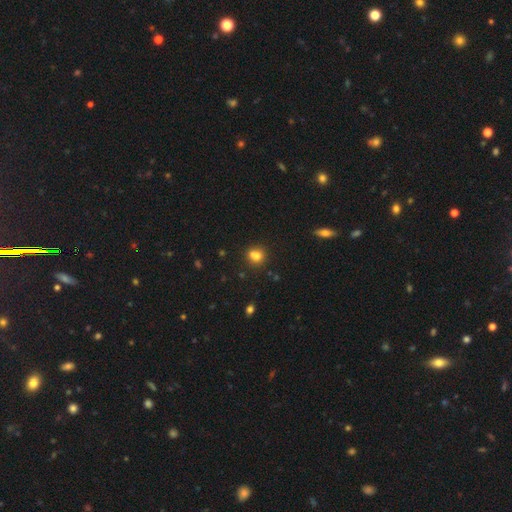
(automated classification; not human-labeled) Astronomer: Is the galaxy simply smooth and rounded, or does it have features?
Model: smooth — 76%.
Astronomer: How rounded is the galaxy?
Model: round — 70%.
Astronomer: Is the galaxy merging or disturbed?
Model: none — 53% (runner-up: merger, 31%).